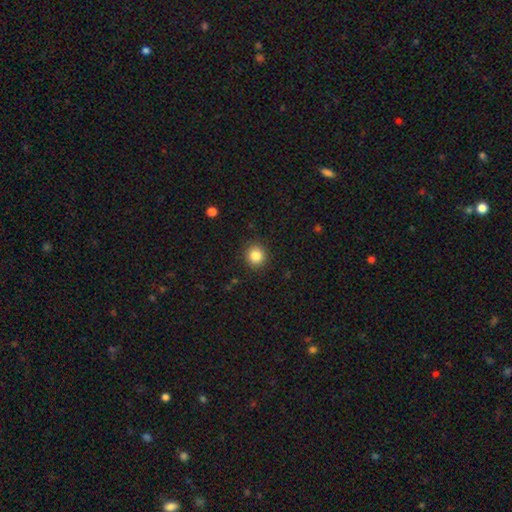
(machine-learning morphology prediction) This appears to be a smooth galaxy with no disk features (84%) that is round (90%). Merging: none (90%).